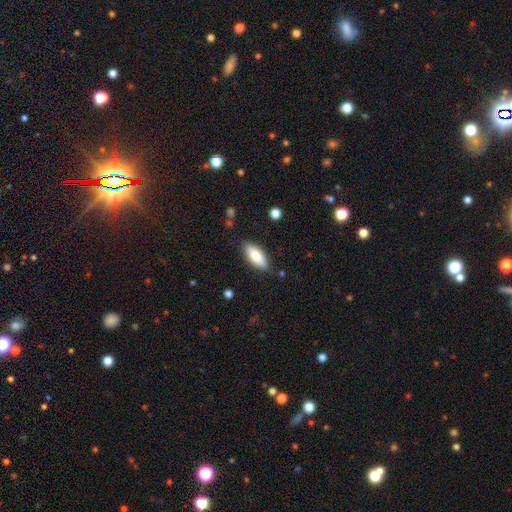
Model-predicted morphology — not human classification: Overall: smooth (74%). How rounded: in between (78%). Merging: none (85%).